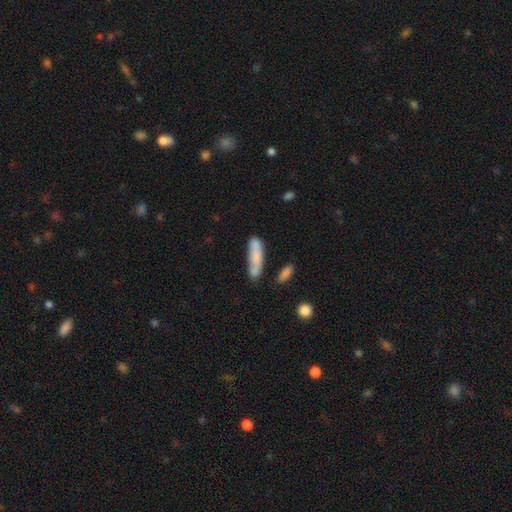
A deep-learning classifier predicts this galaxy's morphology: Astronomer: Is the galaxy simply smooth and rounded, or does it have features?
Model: smooth — 73%.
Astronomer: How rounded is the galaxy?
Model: cigar-shaped — 71%.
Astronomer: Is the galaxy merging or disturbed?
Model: none — 57%.